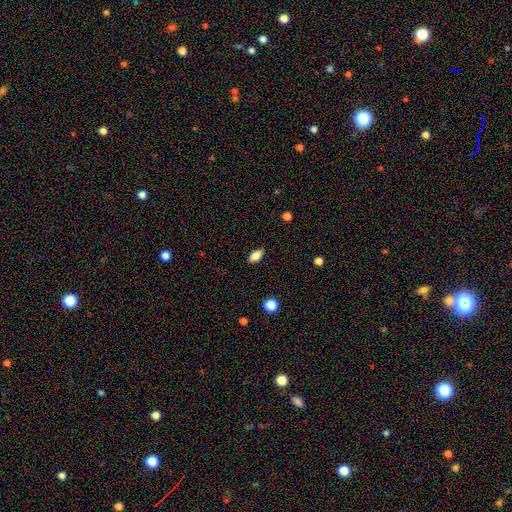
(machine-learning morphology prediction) This is clearly a smooth galaxy (85%). How rounded: clearly in between (90%). Merging: clearly none (87%).